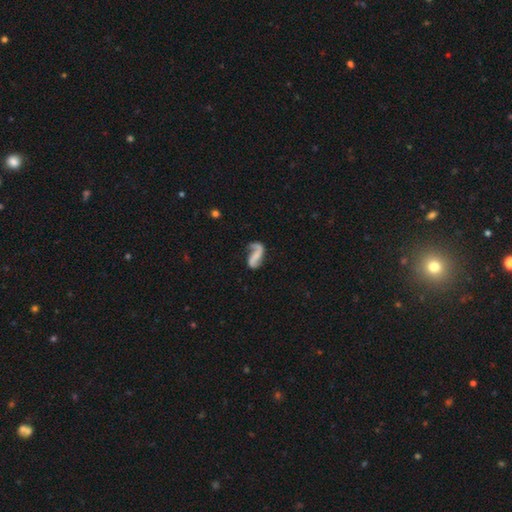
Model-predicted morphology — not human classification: Smooth or featured?
  - featured or disk: 74% *
  - smooth: 19%
  - star or artifact: 7%
Edge-on disk?
  - no: 97% *
  - yes: 3%
Bar?
  - no: 42% *
  - weak: 30%
  - strong: 28%
Spiral arms?
  - yes: 91% *
  - no: 9%
Spiral winding?
  - loose: 72% *
  - medium: 21%
  - tight: 7%
Spiral arm count?
  - 2: 75% *
  - 1: 21%
  - can't tell: 2%
  - 3: 1%
  - 4: 1%
  - more than 4: 1%
Bulge size?
  - none: 64% *
  - small: 22%
  - moderate: 9%
  - large: 3%
  - dominant: 2%
Merging?
  - none: 55% *
  - minor disturbance: 21%
  - major disturbance: 19%
  - merger: 5%